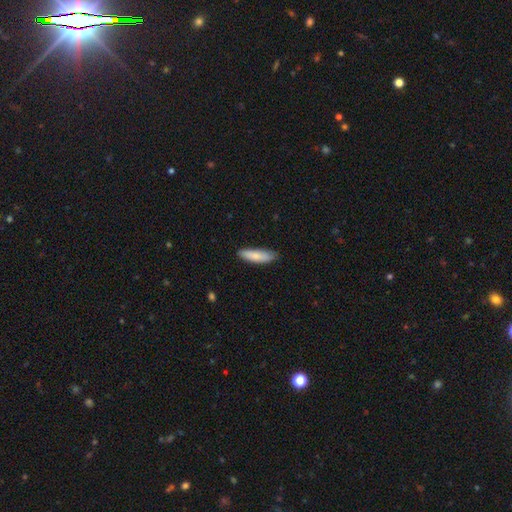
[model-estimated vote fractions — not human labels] This is clearly a smooth galaxy (82%). How rounded: likely cigar-shaped (61%). Merging: likely none (80%).